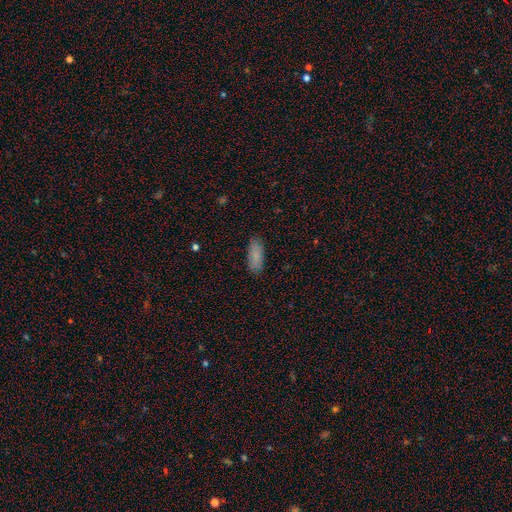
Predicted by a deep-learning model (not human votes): The model was most divided on "how rounded": in between: 78%, cigar-shaped: 20%, round: 2%. More confident: merging — none (85%); smooth or featured — smooth (85%).